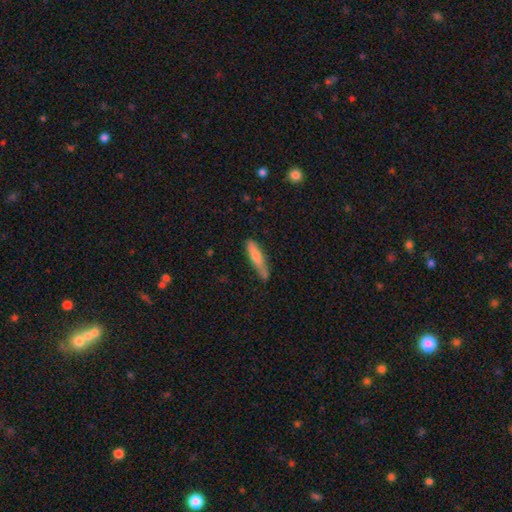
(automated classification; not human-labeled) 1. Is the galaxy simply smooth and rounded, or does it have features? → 69% smooth, 24% featured or disk, 6% star or artifact.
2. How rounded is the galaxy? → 83% cigar-shaped, 15% in between, 2% round.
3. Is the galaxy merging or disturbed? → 66% none, 25% minor disturbance, 5% major disturbance, 5% merger.